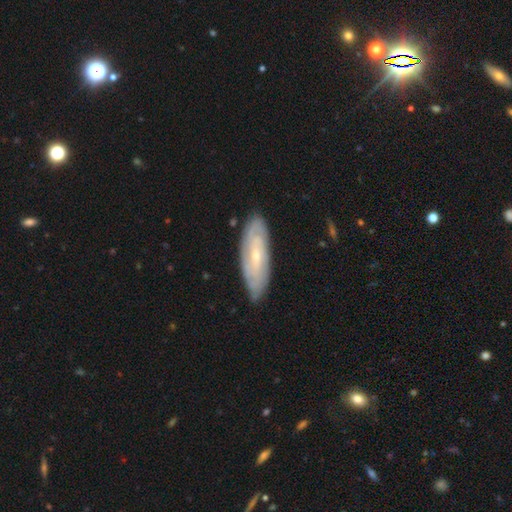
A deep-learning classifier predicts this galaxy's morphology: smooth-or-featured: featured or disk: 69% | smooth: 26% | star or artifact: 6%
  disk-edge-on: no: 83% | yes: 17%
    bar: no: 57% | weak: 33% | strong: 10%
    has-spiral-arms: yes: 83% | no: 17%
    bulge-size: small: 72% | moderate: 24% | none: 2% | large: 1% | dominant: 1%
  merging: none: 83% | minor disturbance: 13% | major disturbance: 2% | merger: 1%